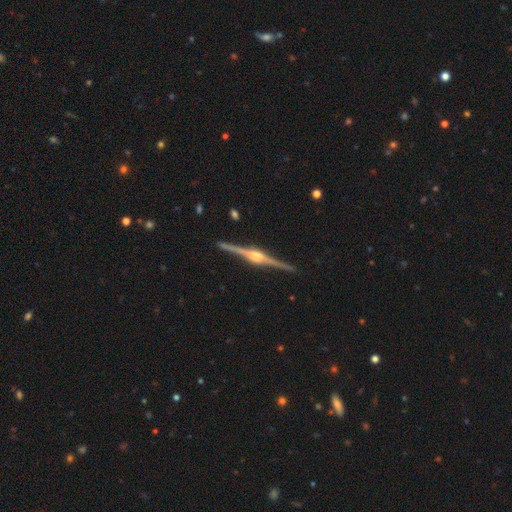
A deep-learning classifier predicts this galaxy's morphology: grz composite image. It shows a featured or disk galaxy (91%) viewed edge-on (99%) with a rounded central bulge (86%). Merging: none (92%).